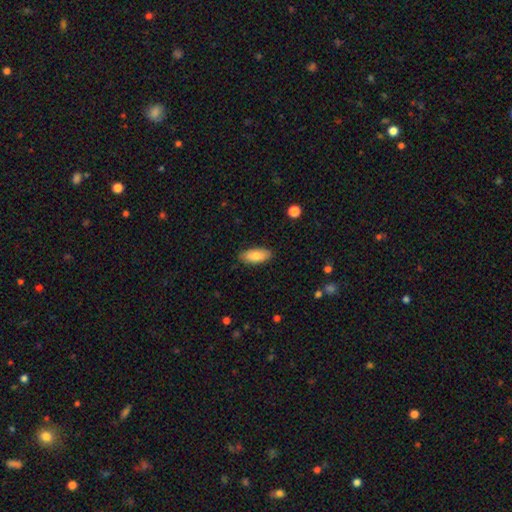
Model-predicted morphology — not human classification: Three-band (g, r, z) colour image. It shows a smooth galaxy with no disk features (83%) that is in between round and cigar-shaped (85%). Merging: none (87%).